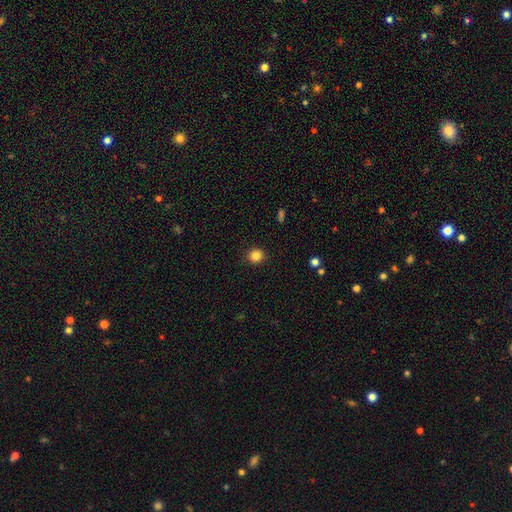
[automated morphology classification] Q: Smooth or featured?
A: smooth (85%); runner-up: star or artifact (11%)
Q: How rounded?
A: round (87%); runner-up: in between (12%)
Q: Merging?
A: none (89%); runner-up: minor disturbance (8%)